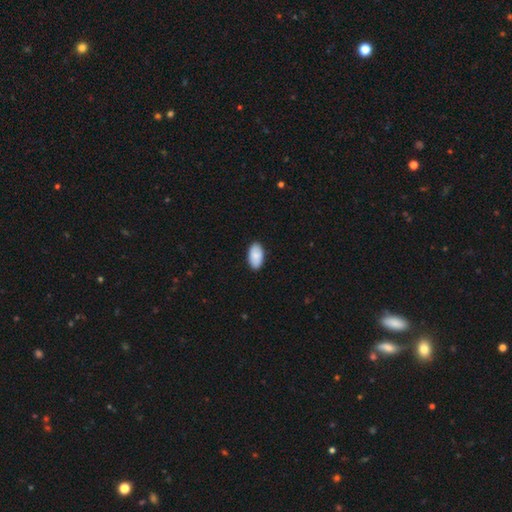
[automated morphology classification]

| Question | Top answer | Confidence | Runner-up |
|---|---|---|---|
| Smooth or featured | smooth | 86% | featured or disk (8%) |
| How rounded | in between | 96% | round (3%) |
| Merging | none | 88% | minor disturbance (9%) |